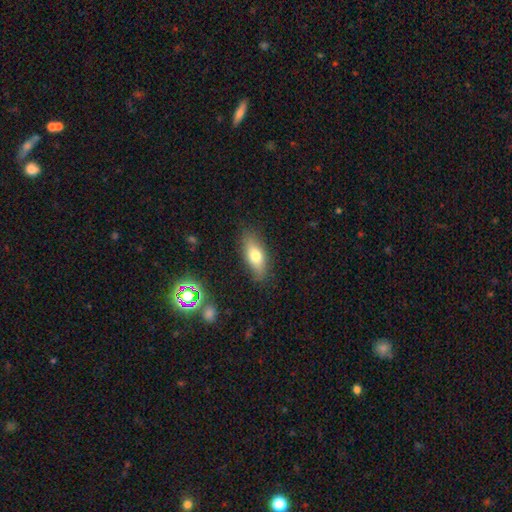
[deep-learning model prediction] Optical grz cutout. It shows a smooth galaxy with no disk features (70%) that is in between round and cigar-shaped (74%). Merging: none (83%).